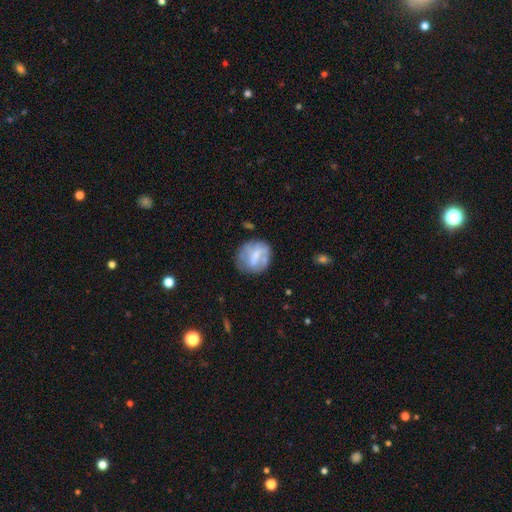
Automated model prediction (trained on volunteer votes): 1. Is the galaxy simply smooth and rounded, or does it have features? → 48% smooth, 44% featured or disk, 9% star or artifact.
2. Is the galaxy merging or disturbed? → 61% none, 23% minor disturbance, 13% major disturbance, 4% merger.